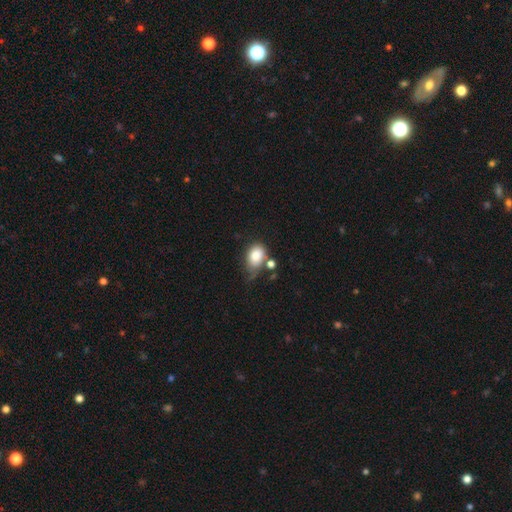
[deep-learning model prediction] Overall: smooth (82%). How rounded: in between (75%). Merging: none (41%; minor disturbance 28%).